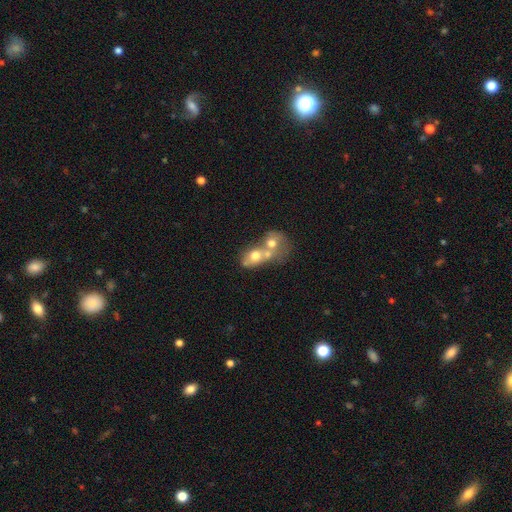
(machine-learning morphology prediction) Smooth or featured? Predicted: smooth (p=0.58). How rounded? Predicted: round (p=0.54). Merging? Predicted: merger (p=0.75).